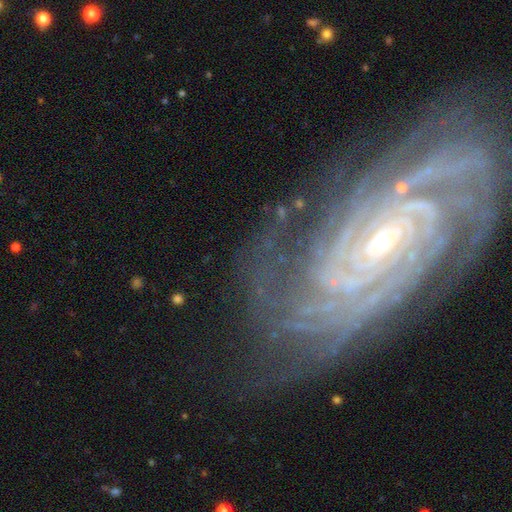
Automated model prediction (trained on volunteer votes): Smooth or featured? Predicted: featured or disk (p=0.88). Edge-on disk? Predicted: no (p=0.96). Bar? Predicted: no (p=0.44). Spiral arms? Predicted: yes (p=0.98). Spiral winding? Predicted: tight (p=0.82). Spiral arm count? Predicted: can't tell (p=0.23). Bulge size? Predicted: small (p=0.70). Merging? Predicted: none (p=0.73).